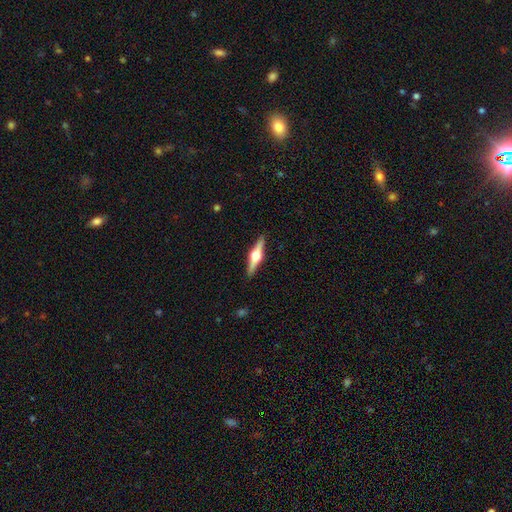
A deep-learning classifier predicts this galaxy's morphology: This appears to be a featured or disk galaxy (77%) viewed edge-on (98%) with a rounded central bulge (95%). Merging: none (91%).